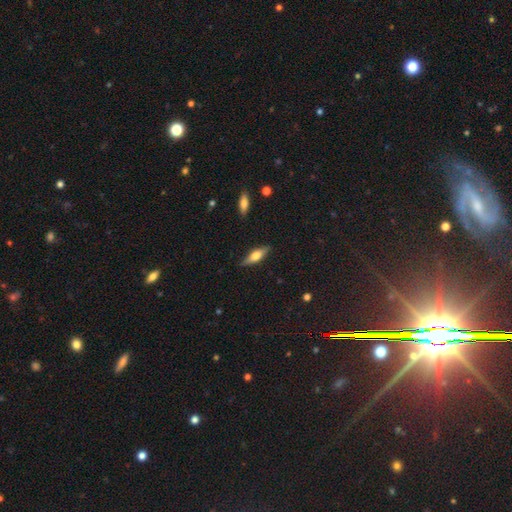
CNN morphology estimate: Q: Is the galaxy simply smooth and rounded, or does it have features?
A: smooth — 50%.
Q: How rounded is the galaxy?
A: cigar-shaped — 49%, tied with in between.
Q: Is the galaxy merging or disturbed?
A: none — 85%.